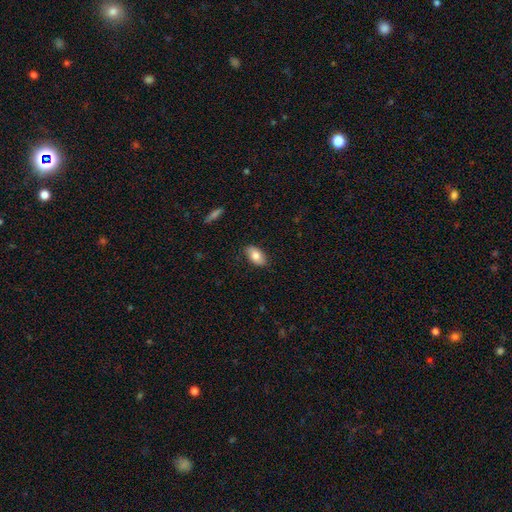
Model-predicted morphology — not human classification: Smooth or featured?
  - smooth: 78% *
  - featured or disk: 15%
  - star or artifact: 7%
How rounded?
  - in between: 92% *
  - round: 4%
  - cigar-shaped: 3%
Merging?
  - none: 84% *
  - minor disturbance: 13%
  - major disturbance: 2%
  - merger: 1%